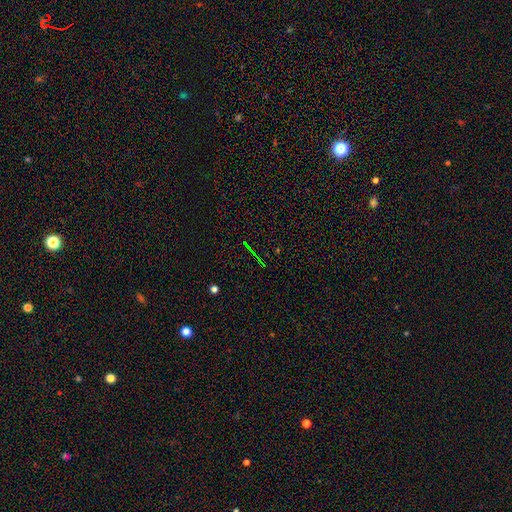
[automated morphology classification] smooth_or_featured: star or artifact (p=0.75) [alt: smooth p=0.12]